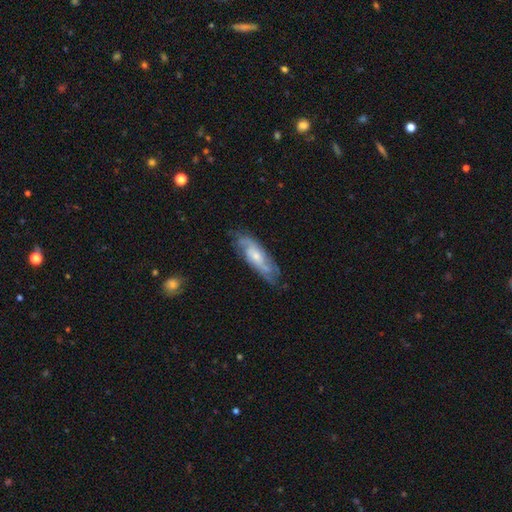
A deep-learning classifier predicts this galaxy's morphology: Q: Smooth or featured?
A: featured or disk (71%); runner-up: smooth (23%)
Q: Edge-on disk?
A: no (82%); runner-up: yes (18%)
Q: Bar?
A: no (63%); runner-up: weak (30%)
Q: Spiral arms?
A: yes (90%); runner-up: no (10%)
Q: Spiral winding?
A: medium (43%); runner-up: tight (39%)
Q: Spiral arm count?
A: 2 (42%); runner-up: can't tell (34%)
Q: Bulge size?
A: small (54%); runner-up: moderate (39%)
Q: Merging?
A: none (72%); runner-up: minor disturbance (21%)